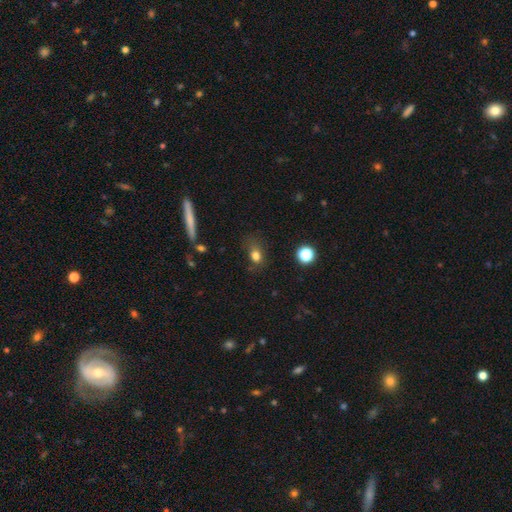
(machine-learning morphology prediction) Overall: smooth (77%). How rounded: in between (57%; round 40%). Merging: none (54%; minor disturbance 25%).